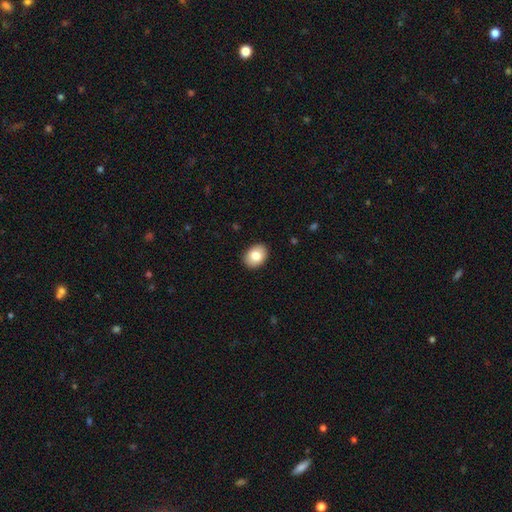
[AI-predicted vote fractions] Smooth or featured: smooth — 82% (featured or disk — 10%)
How rounded: in between — 70% (round — 30%)
Merging: none — 90% (minor disturbance — 7%)